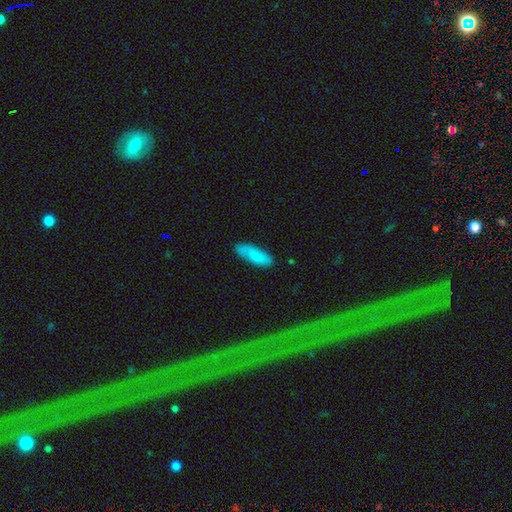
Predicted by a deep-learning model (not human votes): A smooth galaxy with no disk features (80%) that is in between round and cigar-shaped (61%).

Vote fractions:
- Smooth or featured? smooth: 80% / featured or disk: 14% / star or artifact: 6%
- How rounded? in between: 61% / cigar-shaped: 37% / round: 2%
- Merging? none: 71% / minor disturbance: 21% / major disturbance: 4% / merger: 4%